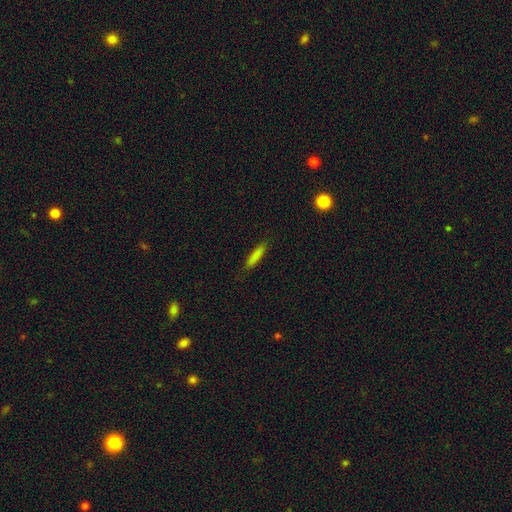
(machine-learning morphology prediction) This appears to be a smooth galaxy with no disk features (82%) that is cigar-shaped (86%). Merging: none (86%).